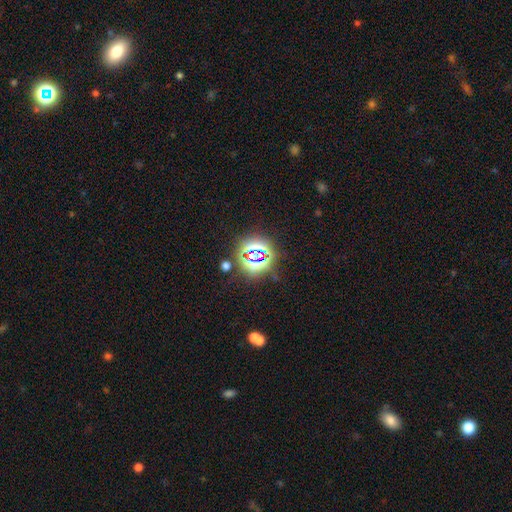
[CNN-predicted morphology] Q: Smooth or featured?
A: star or artifact (75%); runner-up: smooth (17%)